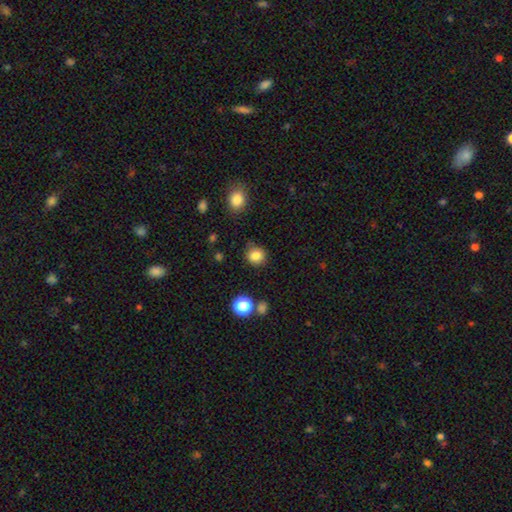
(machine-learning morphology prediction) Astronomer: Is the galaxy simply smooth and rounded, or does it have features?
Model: smooth — 84%.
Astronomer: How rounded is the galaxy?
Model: round — 84%.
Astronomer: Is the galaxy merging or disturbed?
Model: none — 81%.